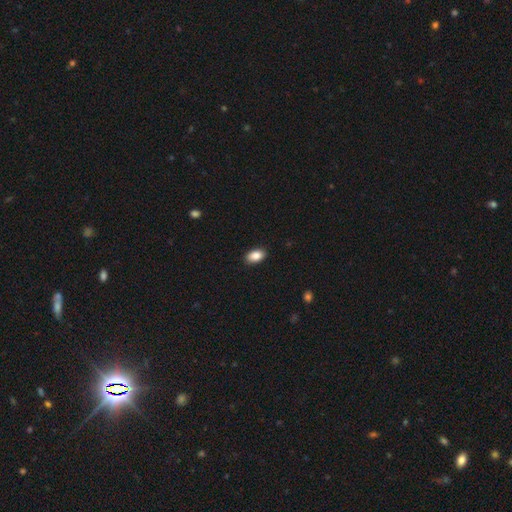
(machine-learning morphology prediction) Q: Smooth or featured?
A: smooth (88%); runner-up: star or artifact (8%)
Q: How rounded?
A: in between (92%); runner-up: round (6%)
Q: Merging?
A: none (90%); runner-up: minor disturbance (8%)